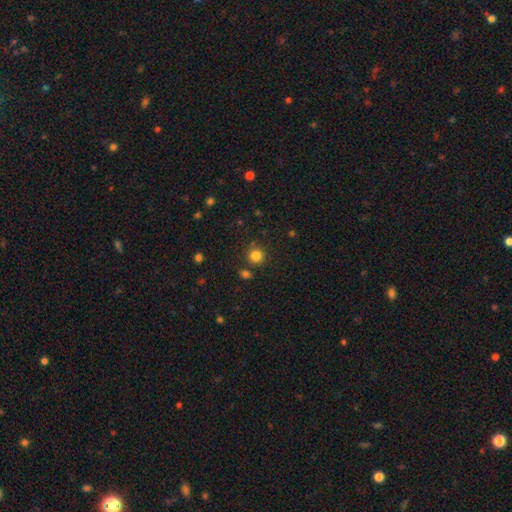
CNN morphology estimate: type=smooth (82%); roundness=round (93%); merging=none (82%).